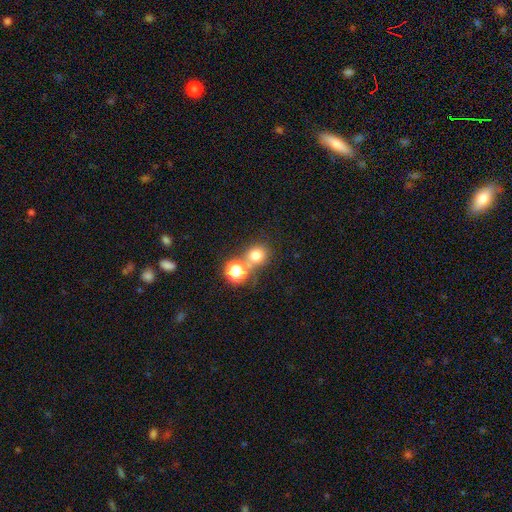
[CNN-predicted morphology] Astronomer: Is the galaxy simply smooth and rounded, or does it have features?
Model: smooth — 73%.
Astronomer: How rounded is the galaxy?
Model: round — 82%.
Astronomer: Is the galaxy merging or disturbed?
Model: none — 59%.